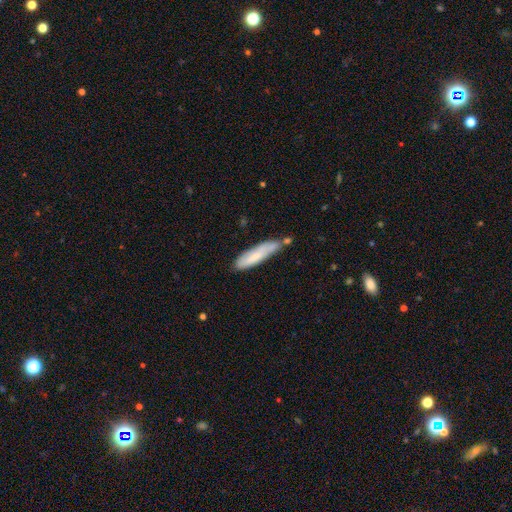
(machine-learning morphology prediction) Smooth or featured? smooth (70%)
How rounded? cigar-shaped (78%)
Merging? none (56%)